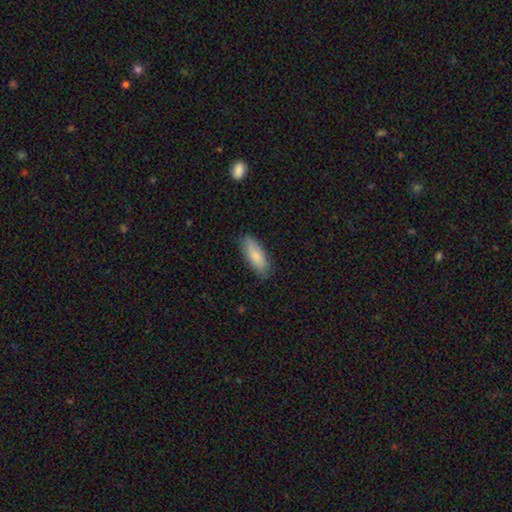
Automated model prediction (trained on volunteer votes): This appears to be a smooth galaxy with no disk features (83%) that is in between round and cigar-shaped (69%). Merging: none (81%).